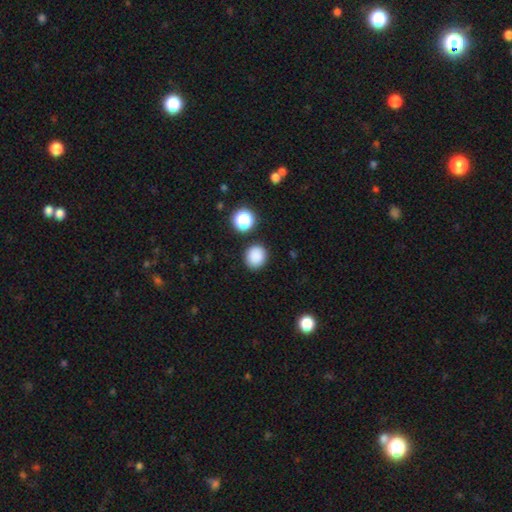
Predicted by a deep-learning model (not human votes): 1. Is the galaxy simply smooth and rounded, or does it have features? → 85% smooth, 11% star or artifact, 3% featured or disk.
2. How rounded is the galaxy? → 81% round, 18% in between, 1% cigar-shaped.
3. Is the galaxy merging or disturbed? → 87% none, 7% minor disturbance, 3% merger, 2% major disturbance.